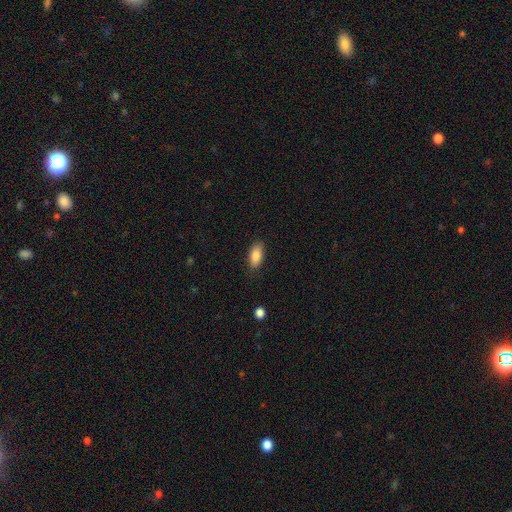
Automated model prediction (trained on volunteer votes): This is clearly a smooth galaxy (86%). How rounded: clearly in between (87%). Merging: clearly none (84%).